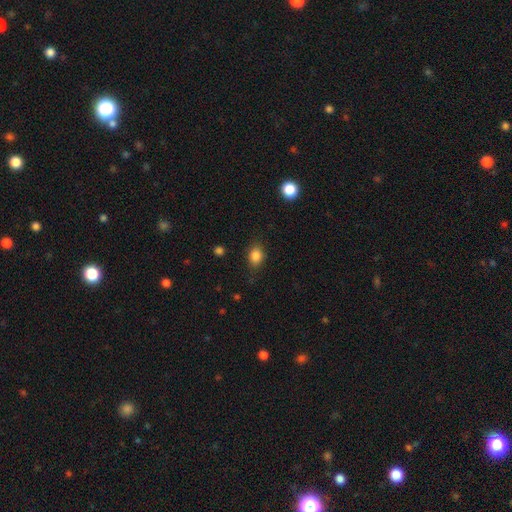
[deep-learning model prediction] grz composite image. It shows a smooth galaxy with no disk features (85%) that is in between round and cigar-shaped (61%). Merging: none (82%).